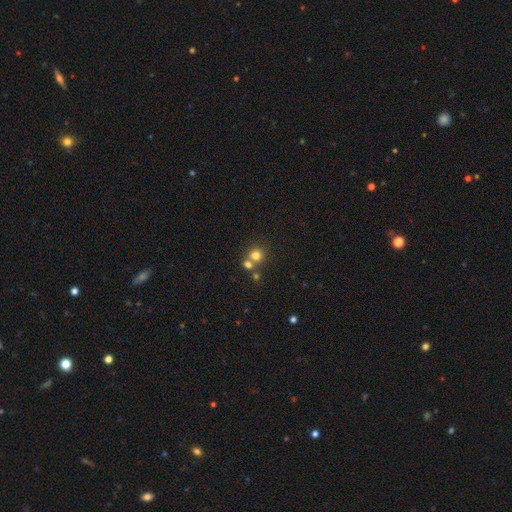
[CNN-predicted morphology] This is likely a smooth galaxy (76%). How rounded: clearly round (85%). Merging: possibly none (52%).